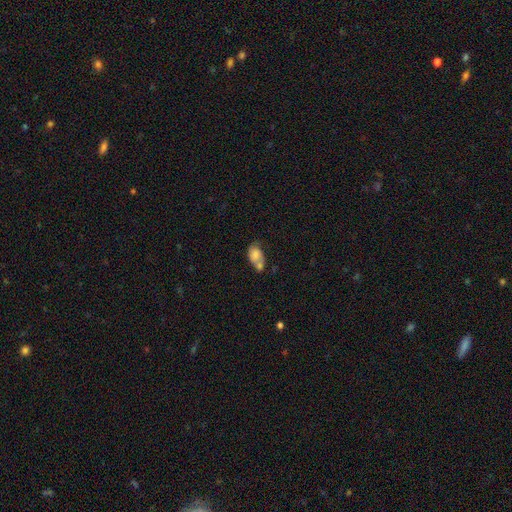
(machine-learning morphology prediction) smooth_or_featured: smooth (p=0.70) [alt: featured or disk p=0.21]
how_rounded: in between (p=0.75) [alt: round p=0.23]
merging: merger (p=0.54) [alt: none p=0.22]